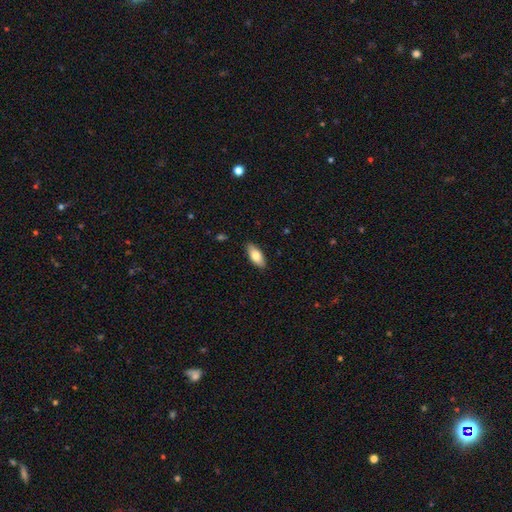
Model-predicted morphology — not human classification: This appears to be a smooth galaxy with no disk features (79%) that is in between round and cigar-shaped (86%). Merging: none (88%).